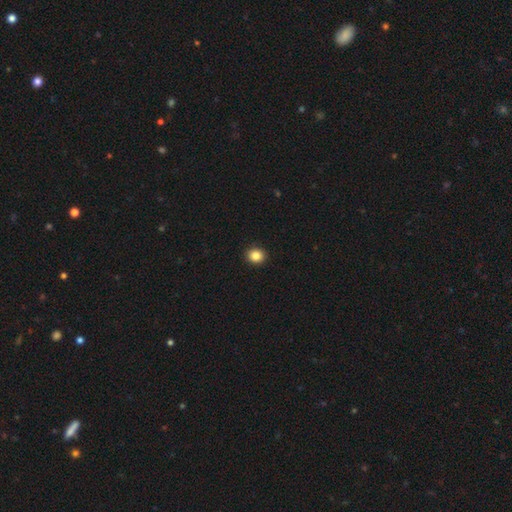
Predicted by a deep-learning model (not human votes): A smooth galaxy with no disk features (87%) that is round (79%).

Vote fractions:
- Smooth or featured? smooth: 87% / star or artifact: 10% / featured or disk: 3%
- How rounded? round: 79% / in between: 20% / cigar-shaped: 1%
- Merging? none: 92% / minor disturbance: 5% / major disturbance: 2% / merger: 1%